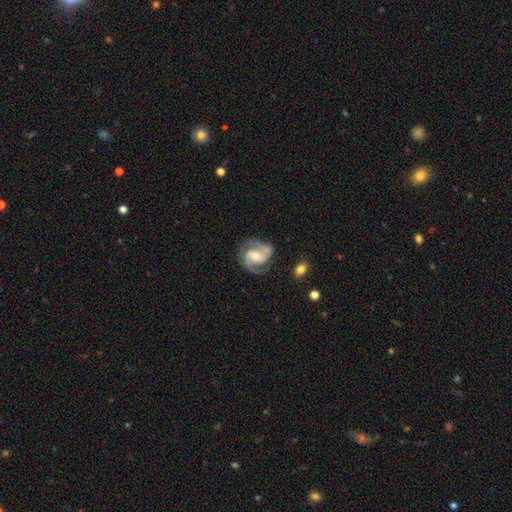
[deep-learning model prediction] Overall: featured or disk (88%). Edge-on disk: no (98%). Bar: no (45%; weak 40%). Spiral arms: yes (97%). Spiral arm count: 2 (83%). Spiral winding: medium (55%; tight 31%). Bulge size: moderate (59%; small 32%). Merging: none (69%).